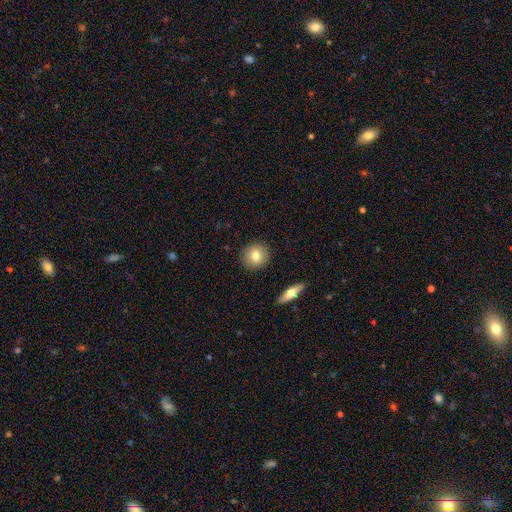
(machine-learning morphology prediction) Overall: smooth (79%). How rounded: round (89%). Merging: none (90%).